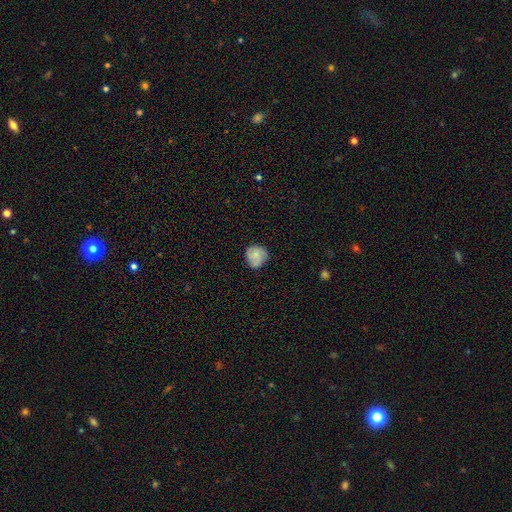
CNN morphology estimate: Overall: smooth (70%). How rounded: round (85%). Merging: none (74%).